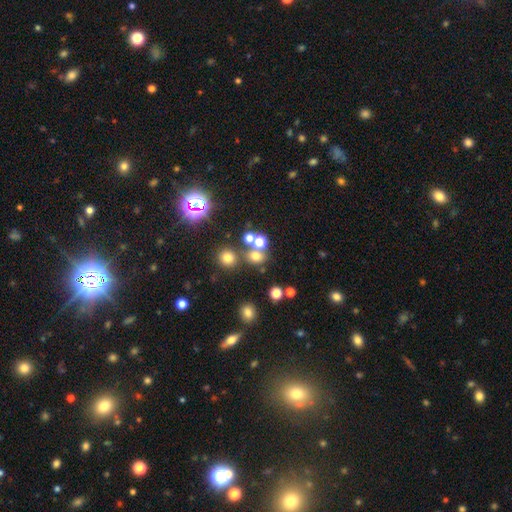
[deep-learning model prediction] A smooth galaxy with no disk features (63%) that is round (70%). Merging: none (61%).